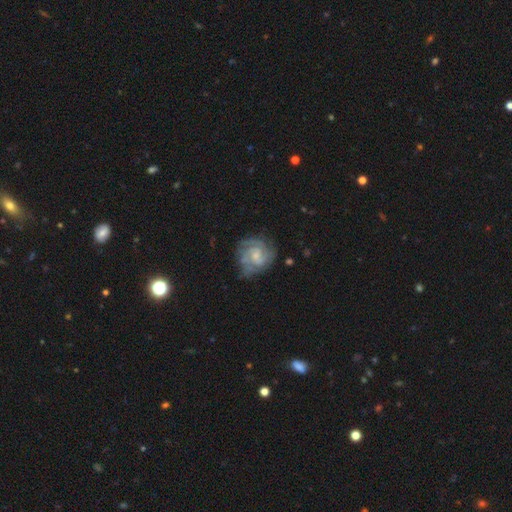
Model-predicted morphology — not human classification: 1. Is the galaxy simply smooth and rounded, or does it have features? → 75% featured or disk, 19% smooth, 6% star or artifact.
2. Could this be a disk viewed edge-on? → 98% no, 2% yes.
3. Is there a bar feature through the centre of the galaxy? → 60% no, 35% weak, 5% strong.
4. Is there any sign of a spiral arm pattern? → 86% yes, 14% no.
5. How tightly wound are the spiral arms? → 55% tight, 35% medium, 10% loose.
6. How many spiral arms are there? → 38% can't tell, 26% 2, 20% 3, 8% 4, 5% 1, 4% more than 4.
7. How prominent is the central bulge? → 46% small, 35% moderate, 14% none, 4% large, 1% dominant.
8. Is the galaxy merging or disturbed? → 60% none, 24% minor disturbance, 14% major disturbance, 2% merger.